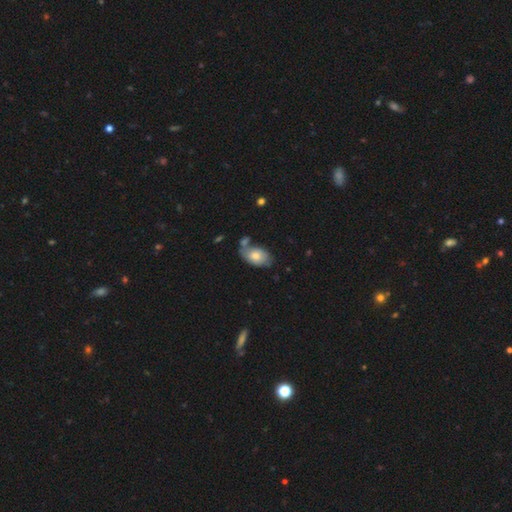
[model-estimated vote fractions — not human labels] Q: Smooth or featured?
A: smooth (71%); runner-up: featured or disk (22%)
Q: How rounded?
A: in between (88%); runner-up: round (10%)
Q: Merging?
A: none (50%); runner-up: minor disturbance (22%)